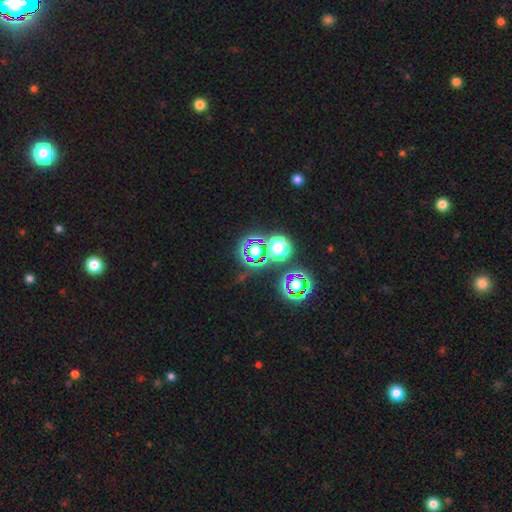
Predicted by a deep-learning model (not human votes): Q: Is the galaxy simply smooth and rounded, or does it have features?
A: star or artifact — 70%.